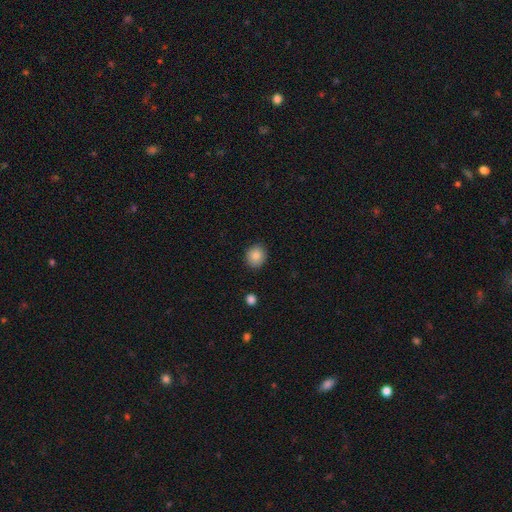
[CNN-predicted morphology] smooth-or-featured: smooth: 86% | star or artifact: 9% | featured or disk: 6%
  how-rounded: round: 77% | in between: 22% | cigar-shaped: 1%
  merging: none: 89% | minor disturbance: 8% | major disturbance: 2% | merger: 1%